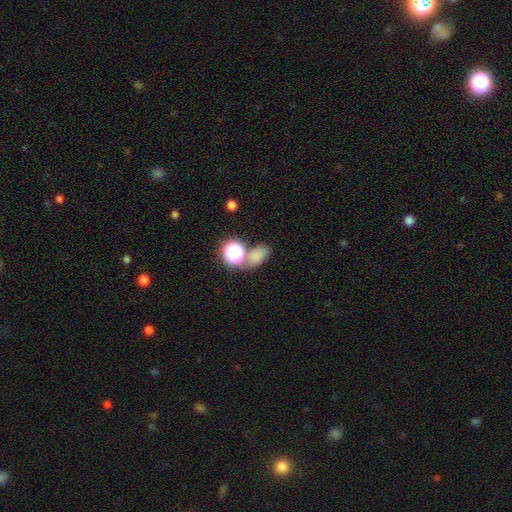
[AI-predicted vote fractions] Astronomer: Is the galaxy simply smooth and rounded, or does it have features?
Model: smooth — 71%.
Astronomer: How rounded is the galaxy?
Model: in between — 68%.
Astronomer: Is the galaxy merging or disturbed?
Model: none — 56%.